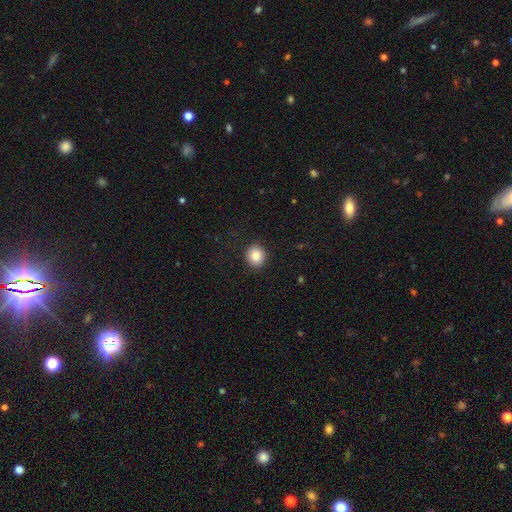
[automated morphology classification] Smooth or featured: smooth — 85% (star or artifact — 9%)
How rounded: round — 88% (in between — 11%)
Merging: none — 91% (minor disturbance — 6%)